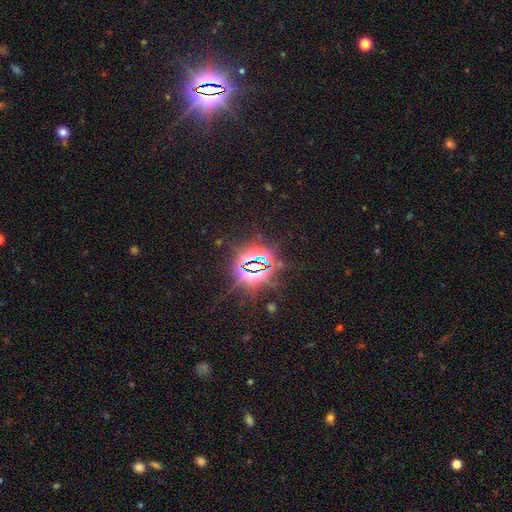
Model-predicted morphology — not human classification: star or artifact 85%, smooth 8%, featured or disk 7%.